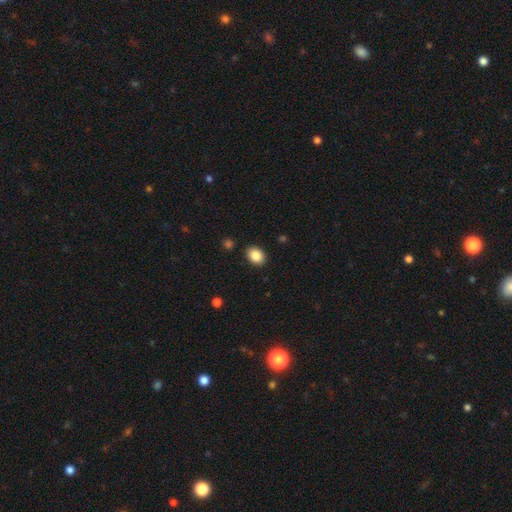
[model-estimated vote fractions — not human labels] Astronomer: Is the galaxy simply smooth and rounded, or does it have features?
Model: smooth — 86%.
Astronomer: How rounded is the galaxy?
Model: in between — 66%.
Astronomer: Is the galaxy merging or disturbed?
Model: none — 89%.